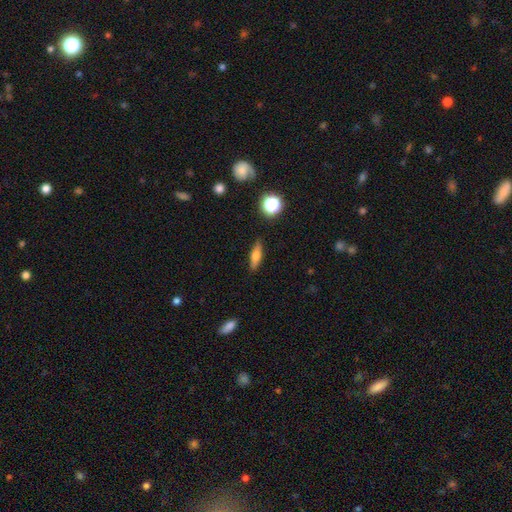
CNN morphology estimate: smooth 54%, featured or disk 37%, star or artifact 9%. Down the decision tree: how rounded — cigar-shaped (56%); merging — none (88%).